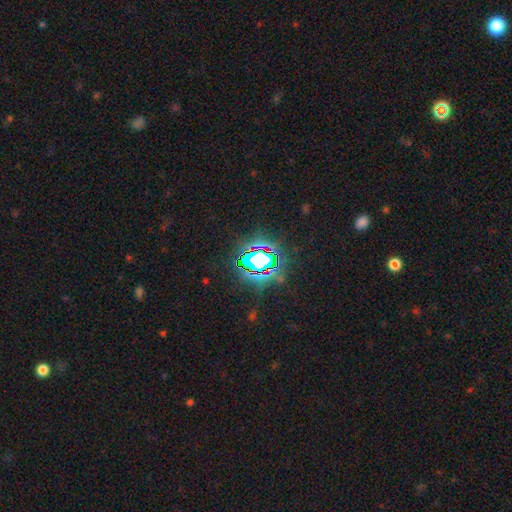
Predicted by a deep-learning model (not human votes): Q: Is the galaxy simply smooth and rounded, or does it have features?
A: star or artifact — 74%.